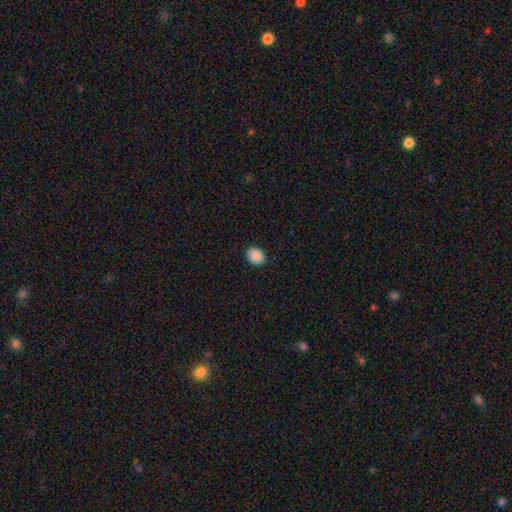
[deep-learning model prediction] Smooth or featured? Predicted: smooth (p=0.89). How rounded? Predicted: round (p=0.51). Merging? Predicted: none (p=0.90).